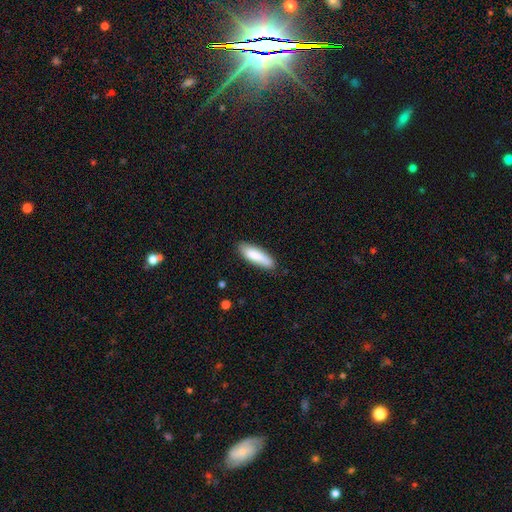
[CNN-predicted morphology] This is clearly a smooth galaxy (84%). How rounded: possibly cigar-shaped (60%). Merging: clearly none (80%).